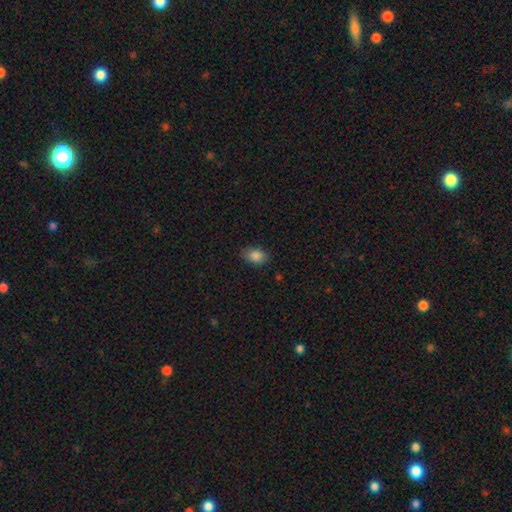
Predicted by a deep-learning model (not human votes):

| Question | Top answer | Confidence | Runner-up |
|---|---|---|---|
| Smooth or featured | smooth | 86% | star or artifact (9%) |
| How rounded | in between | 87% | round (11%) |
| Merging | none | 83% | minor disturbance (13%) |